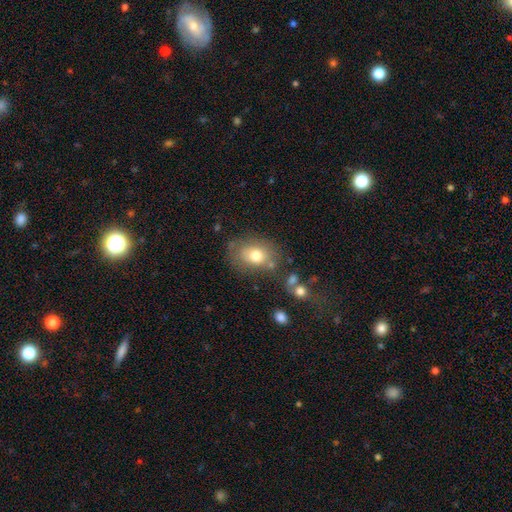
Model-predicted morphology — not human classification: The model was most divided on "how rounded": in between: 66%, round: 33%, cigar-shaped: 1%. More confident: smooth or featured — smooth (74%); merging — none (65%).